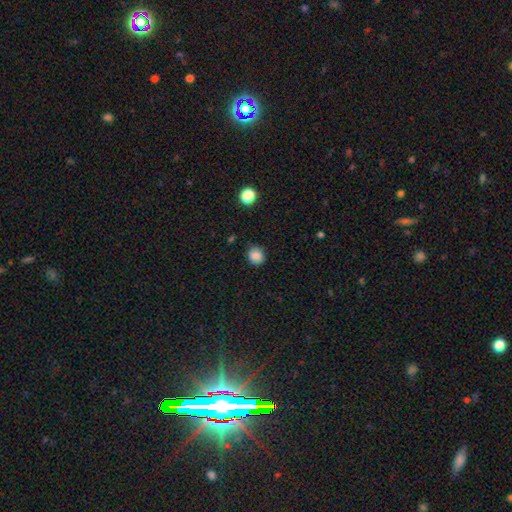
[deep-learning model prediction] Smooth or featured?
  - smooth: 86% *
  - star or artifact: 11%
  - featured or disk: 3%
How rounded?
  - round: 83% *
  - in between: 16%
  - cigar-shaped: 1%
Merging?
  - none: 82% *
  - minor disturbance: 14%
  - major disturbance: 3%
  - merger: 2%